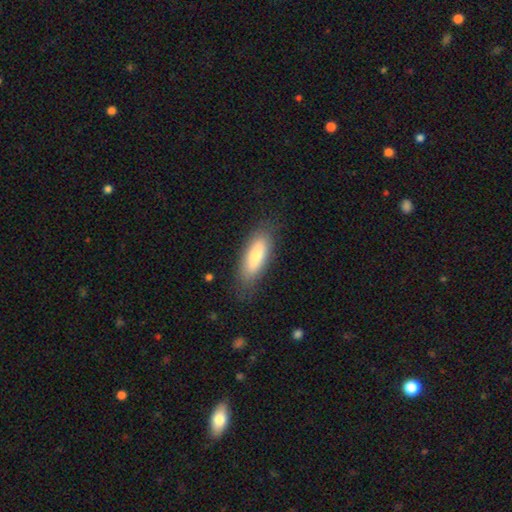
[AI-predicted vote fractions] This appears to be a smooth galaxy with no disk features (75%) that is in between round and cigar-shaped (63%). Merging: none (80%).